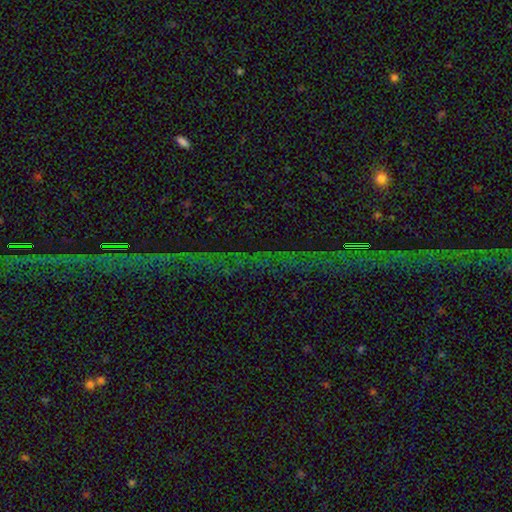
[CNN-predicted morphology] Overall: star or artifact (81%).